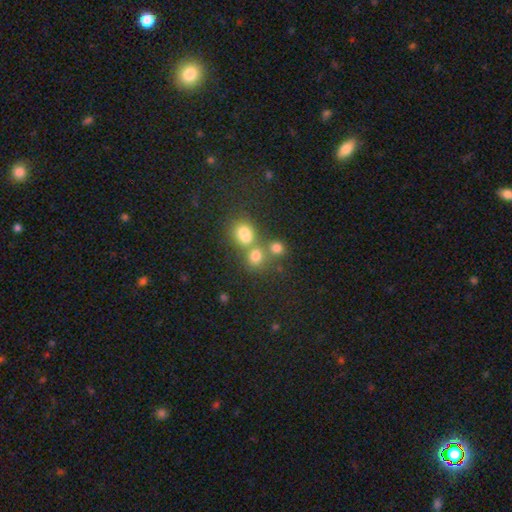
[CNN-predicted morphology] Smooth or featured: smooth — 74% (star or artifact — 16%)
How rounded: round — 69% (in between — 30%)
Merging: none — 44% (merger — 43%)